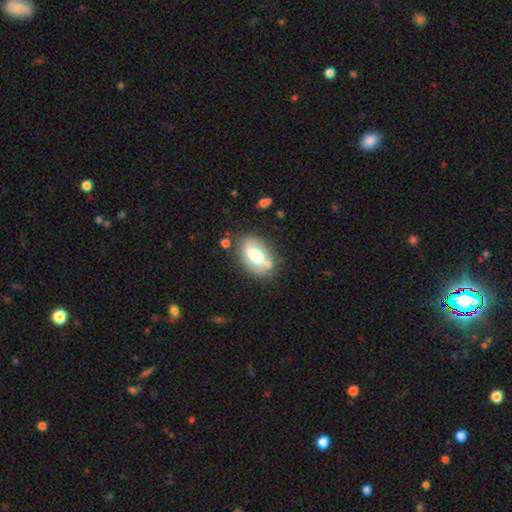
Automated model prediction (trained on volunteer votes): This is possibly a smooth galaxy (56%). How rounded: clearly in between (87%). Merging: likely none (64%).